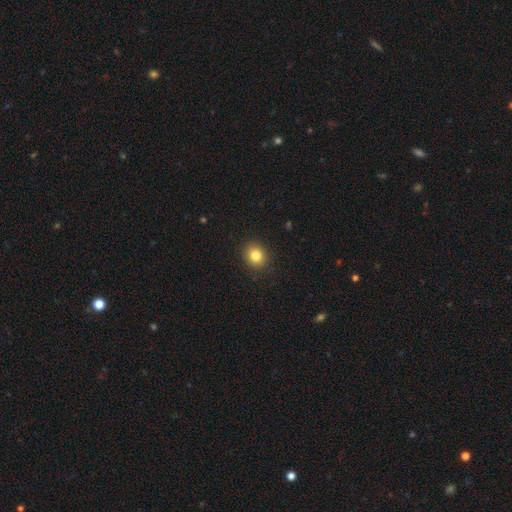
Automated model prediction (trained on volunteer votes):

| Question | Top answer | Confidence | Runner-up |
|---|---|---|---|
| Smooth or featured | smooth | 83% | star or artifact (11%) |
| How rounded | round | 75% | in between (24%) |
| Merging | none | 90% | minor disturbance (7%) |